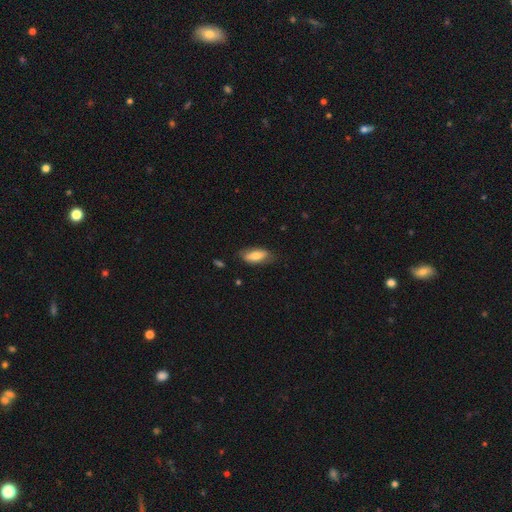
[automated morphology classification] Smooth or featured? Predicted: smooth (p=0.71). How rounded? Predicted: in between (p=0.80). Merging? Predicted: none (p=0.72).